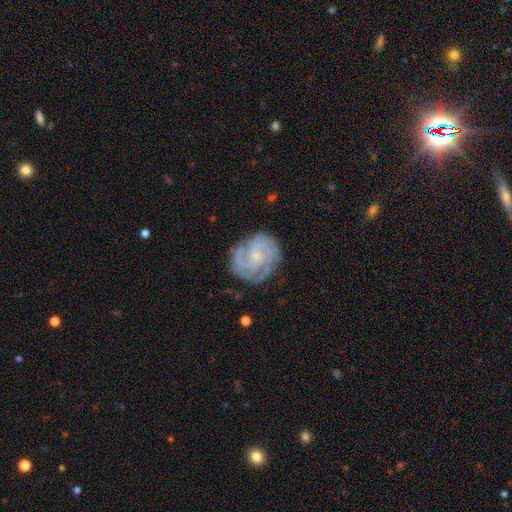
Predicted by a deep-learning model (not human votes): Smooth or featured?
  - featured or disk: 83% *
  - smooth: 11%
  - star or artifact: 6%
Edge-on disk?
  - no: 98% *
  - yes: 2%
Bar?
  - no: 70% *
  - weak: 26%
  - strong: 4%
Spiral arms?
  - yes: 96% *
  - no: 4%
Spiral winding?
  - tight: 67% *
  - medium: 28%
  - loose: 5%
Spiral arm count?
  - 3: 30% *
  - can't tell: 24%
  - 2: 20%
  - 4: 14%
  - more than 4: 6%
  - 1: 6%
Bulge size?
  - small: 67% *
  - moderate: 23%
  - none: 8%
  - large: 1%
  - dominant: 1%
Merging?
  - none: 76% *
  - minor disturbance: 17%
  - major disturbance: 6%
  - merger: 1%